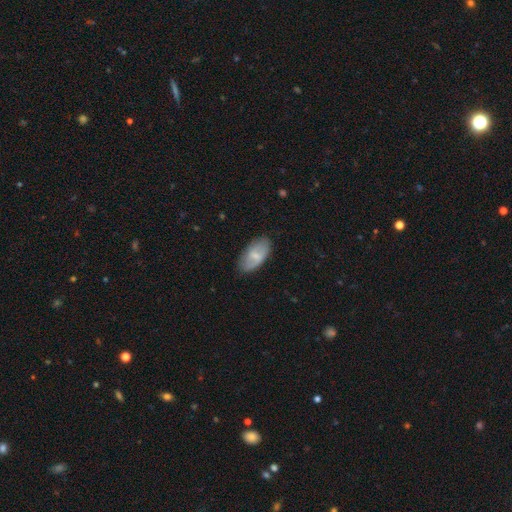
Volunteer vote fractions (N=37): smooth-or-featured: smooth: 57% | featured or disk: 41% | star or artifact: 3%
  how-rounded: in between: 90% | round: 5% | cigar-shaped: 5%
  merging: none: 75% | minor disturbance: 22% | major disturbance: 3% | merger: 0%